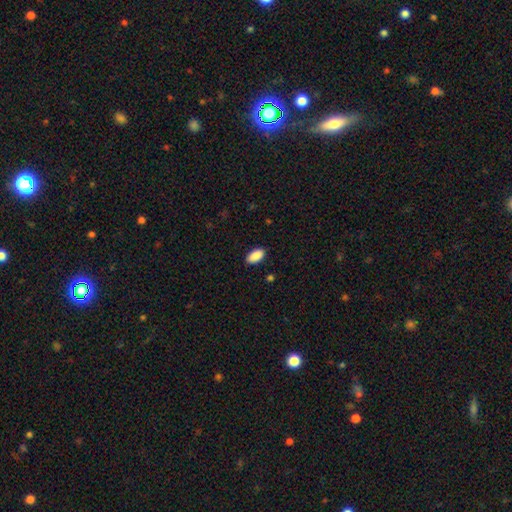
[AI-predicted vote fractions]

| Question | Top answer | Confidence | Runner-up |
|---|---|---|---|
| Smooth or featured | smooth | 91% | star or artifact (6%) |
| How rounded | in between | 94% | cigar-shaped (3%) |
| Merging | none | 88% | minor disturbance (9%) |